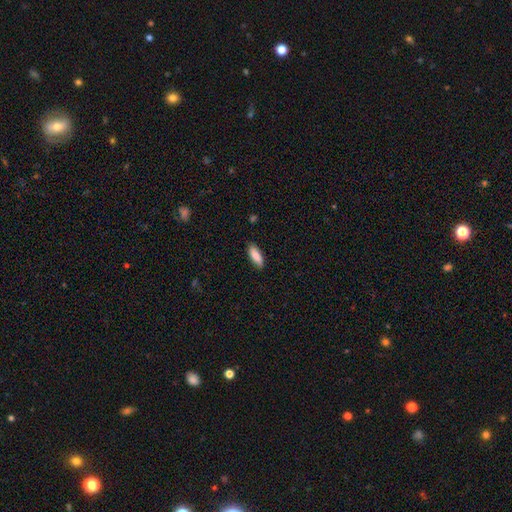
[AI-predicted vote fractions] This appears to be a smooth galaxy with no disk features (81%) that is in between round and cigar-shaped (72%). Merging: none (85%).